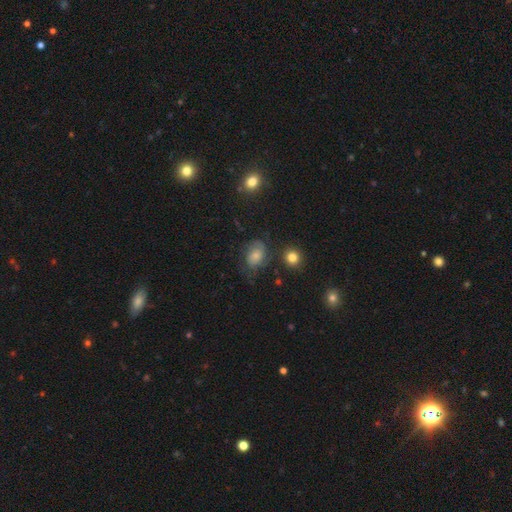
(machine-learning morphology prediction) A featured or disk galaxy (45%).

Vote fractions:
- Smooth or featured? featured or disk: 45% / smooth: 44% / star or artifact: 12%
- Merging? none: 55% / minor disturbance: 25% / major disturbance: 16% / merger: 3%